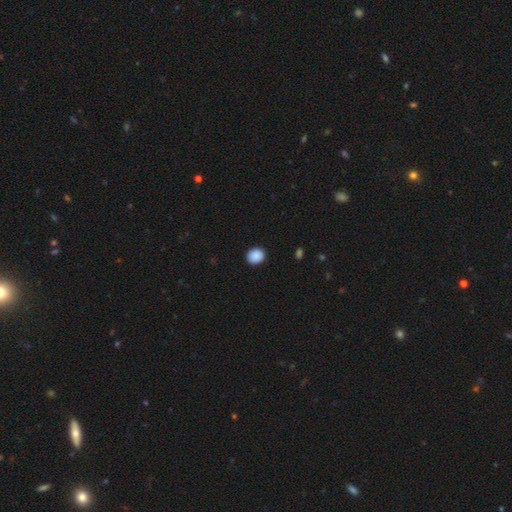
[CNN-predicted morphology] Q: Smooth or featured?
A: smooth (89%); runner-up: star or artifact (8%)
Q: How rounded?
A: round (71%); runner-up: in between (28%)
Q: Merging?
A: none (90%); runner-up: minor disturbance (8%)